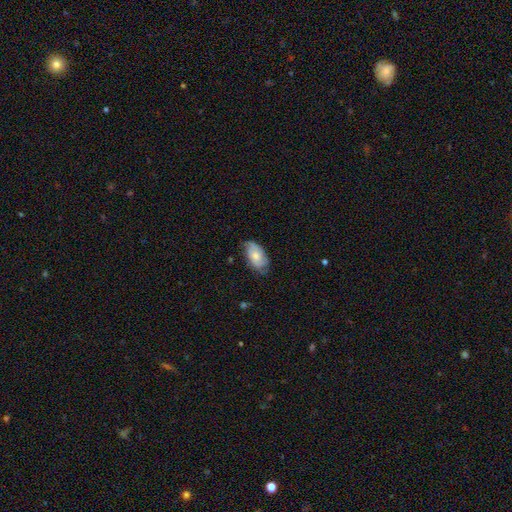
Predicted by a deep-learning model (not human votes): Overall: smooth (51%; featured or disk 43%). How rounded: in between (92%). Merging: none (66%; minor disturbance 27%).